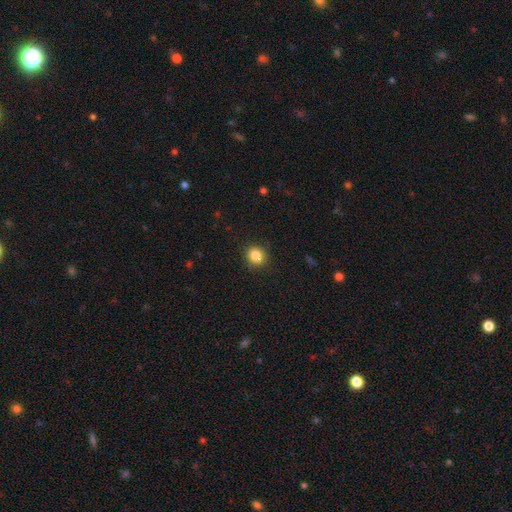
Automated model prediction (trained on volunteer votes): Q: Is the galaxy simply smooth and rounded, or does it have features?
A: smooth — 86%.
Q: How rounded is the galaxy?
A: round — 72%.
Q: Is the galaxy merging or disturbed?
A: none — 87%.